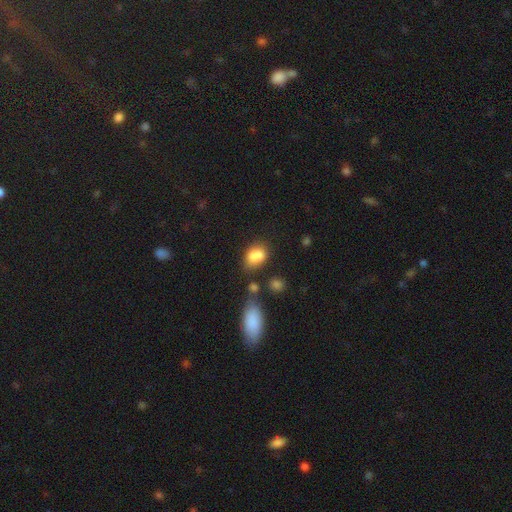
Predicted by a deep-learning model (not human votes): smooth-or-featured: smooth: 79% | star or artifact: 10% | featured or disk: 10%
  how-rounded: in between: 73% | round: 25% | cigar-shaped: 2%
  merging: none: 40% | merger: 32% | minor disturbance: 20% | major disturbance: 9%